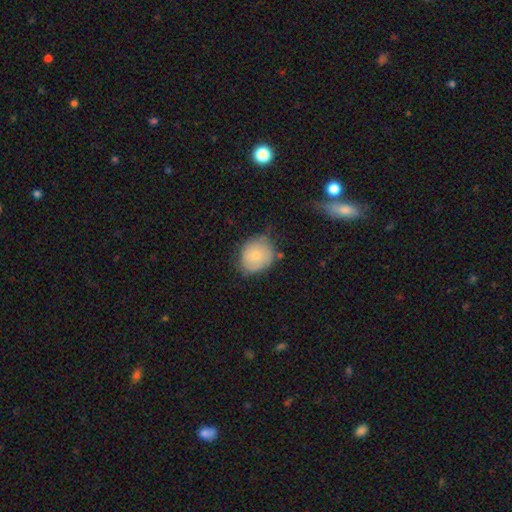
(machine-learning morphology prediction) A smooth galaxy with no disk features (69%) that is round (70%). Merging: none (58%).